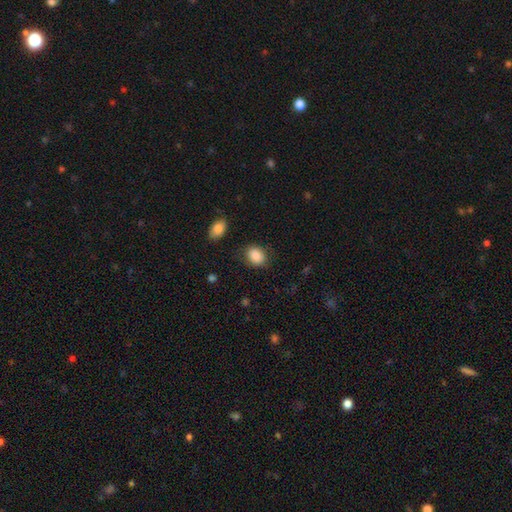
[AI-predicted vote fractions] A smooth galaxy with no disk features (87%) that is round (50%).

Vote fractions:
- Smooth or featured? smooth: 87% / star or artifact: 8% / featured or disk: 5%
- How rounded? round: 50% / in between: 49% / cigar-shaped: 1%
- Merging? none: 80% / minor disturbance: 13% / major disturbance: 4% / merger: 2%